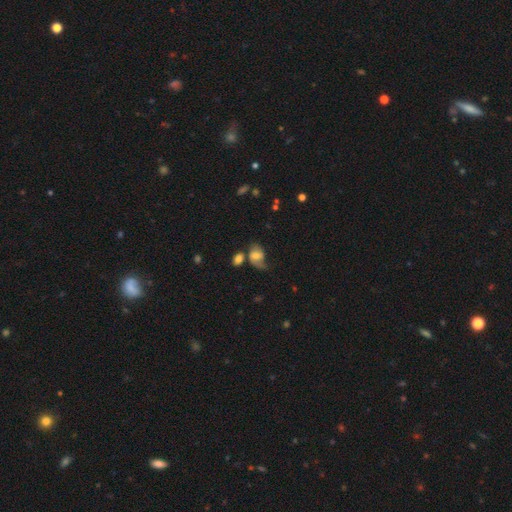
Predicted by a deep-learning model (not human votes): The model was most divided on "smooth or featured": featured or disk: 46%, smooth: 43%, star or artifact: 11%. Remaining: merging — none (35%).